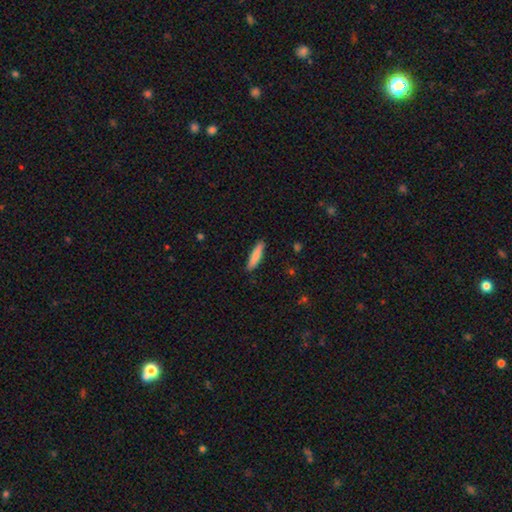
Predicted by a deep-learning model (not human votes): A smooth galaxy with no disk features (80%) that is cigar-shaped (80%). Merging: none (89%).